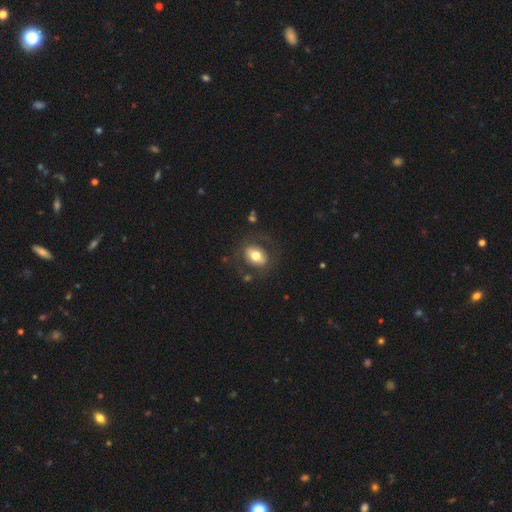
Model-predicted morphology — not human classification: A smooth galaxy with no disk features (62%) that is in between round and cigar-shaped (72%). Merging: none (73%).